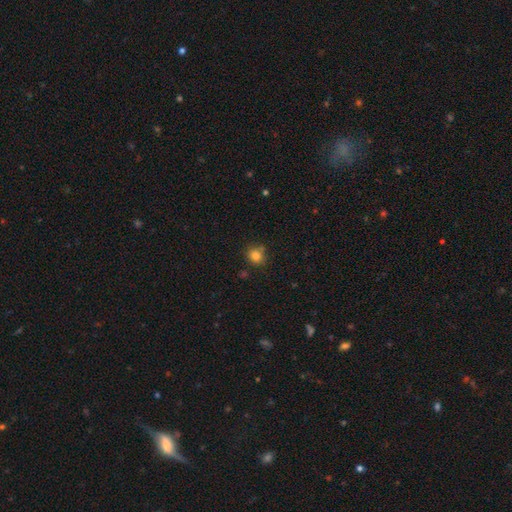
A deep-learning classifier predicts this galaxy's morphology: Smooth or featured? Predicted: smooth (p=0.82). How rounded? Predicted: round (p=0.80). Merging? Predicted: none (p=0.78).